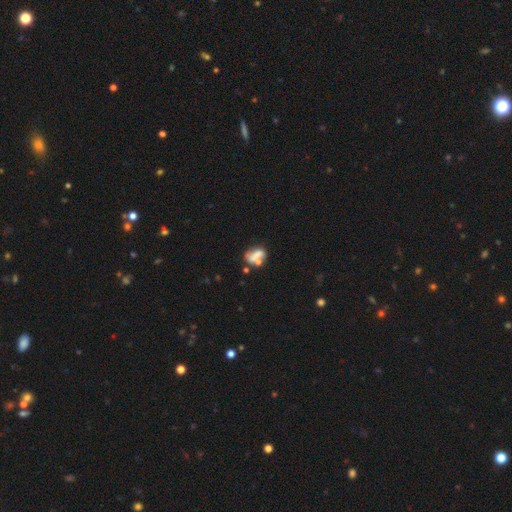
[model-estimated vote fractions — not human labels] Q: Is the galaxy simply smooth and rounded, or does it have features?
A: smooth — 55%.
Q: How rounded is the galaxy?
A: in between — 71%.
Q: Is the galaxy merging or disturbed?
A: none — 38%.